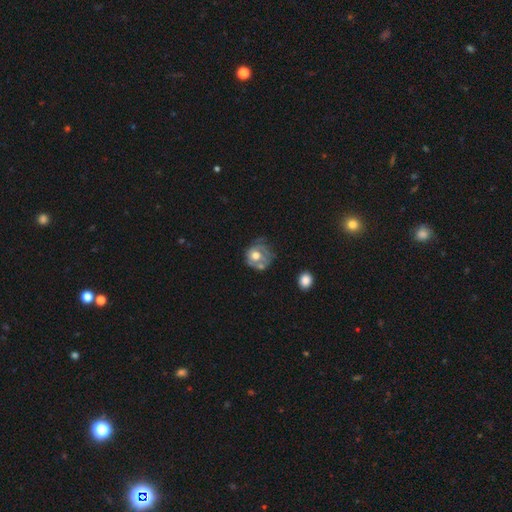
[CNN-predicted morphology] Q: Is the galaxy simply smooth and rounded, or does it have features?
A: featured or disk — 55%.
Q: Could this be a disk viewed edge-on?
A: no — 97%.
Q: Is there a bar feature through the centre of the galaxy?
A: no — 83%.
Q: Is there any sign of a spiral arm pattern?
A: no — 51%.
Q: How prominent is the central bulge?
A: moderate — 72%.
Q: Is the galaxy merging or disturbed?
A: none — 45%.